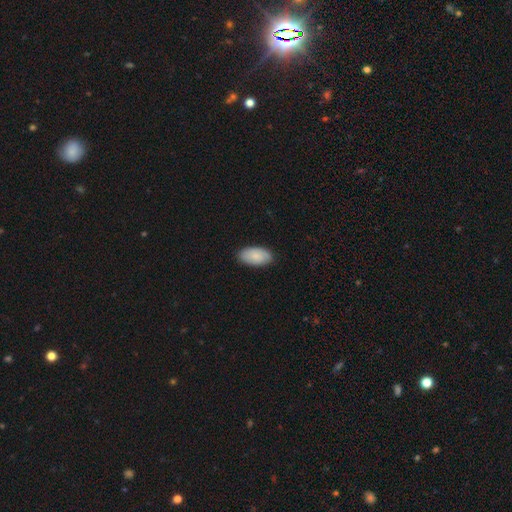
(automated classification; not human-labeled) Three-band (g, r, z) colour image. It shows a smooth galaxy with no disk features (78%) that is in between round and cigar-shaped (95%). Merging: none (84%).